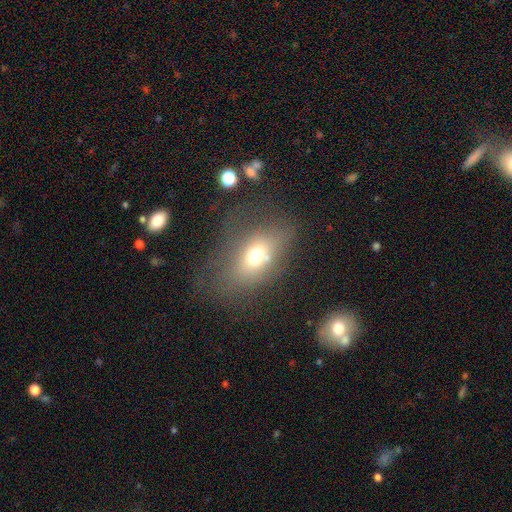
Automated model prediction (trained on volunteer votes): Q: Smooth or featured?
A: smooth (63%); runner-up: featured or disk (22%)
Q: How rounded?
A: in between (73%); runner-up: round (23%)
Q: Merging?
A: none (51%); runner-up: major disturbance (24%)